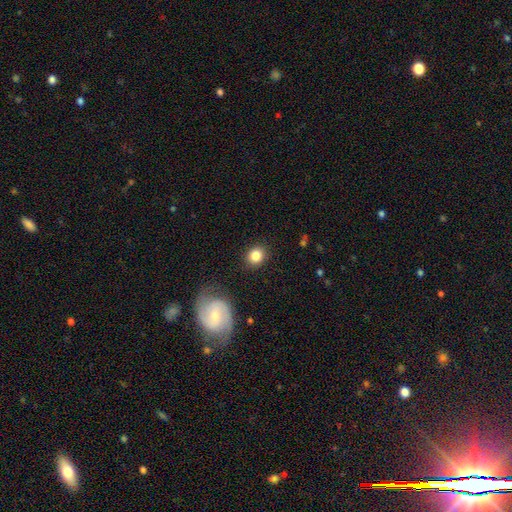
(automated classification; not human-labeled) Morphology: type=smooth (84%); roundness=round (69%); merging=none (86%).